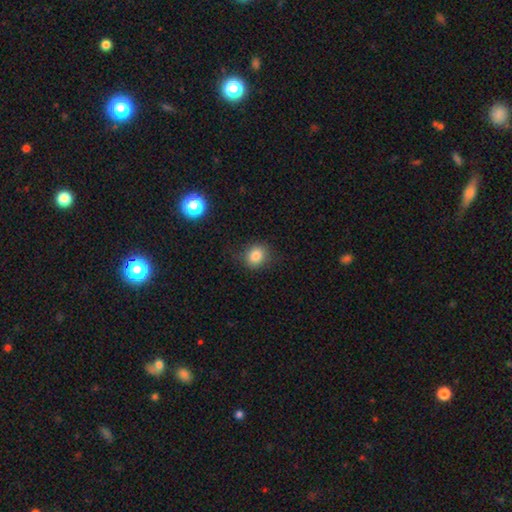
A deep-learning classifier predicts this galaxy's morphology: This appears to be a smooth galaxy with no disk features (82%) that is round (68%). Merging: none (79%).